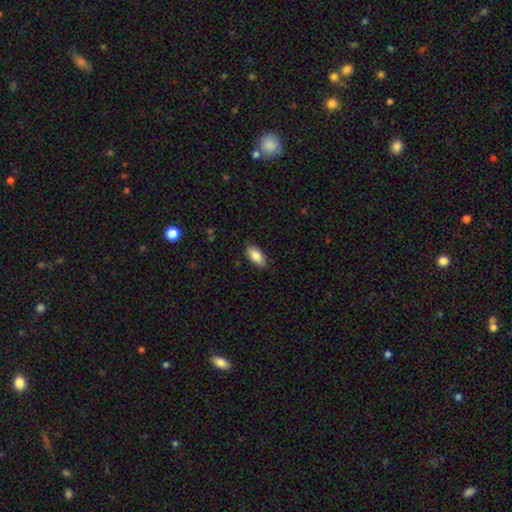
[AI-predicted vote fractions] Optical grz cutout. It shows a smooth galaxy with no disk features (86%) that is in between round and cigar-shaped (91%). Merging: none (83%).